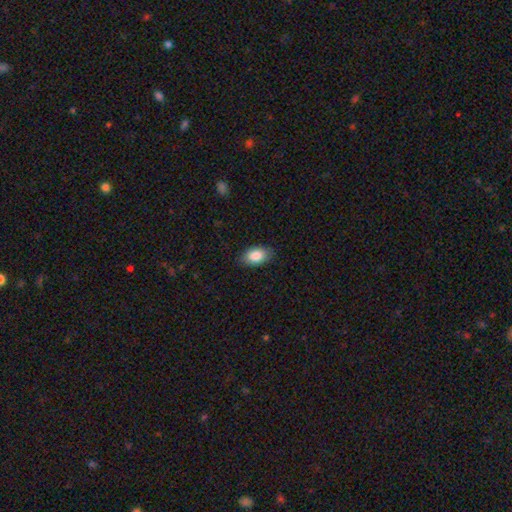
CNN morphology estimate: A smooth galaxy with no disk features (87%) that is in between round and cigar-shaped (91%). Merging: none (85%).